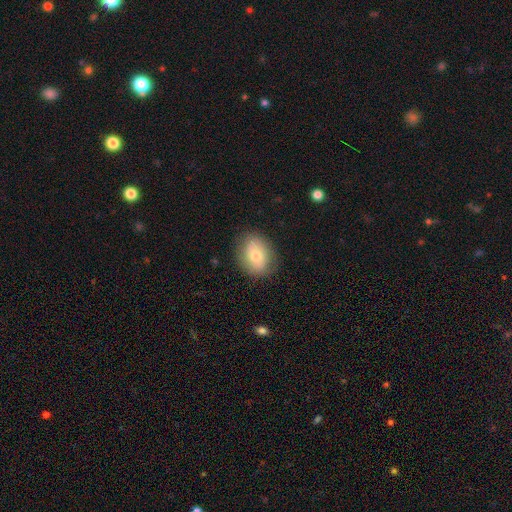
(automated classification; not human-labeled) Smooth or featured? smooth (69%)
How rounded? in between (61%)
Merging? none (82%)